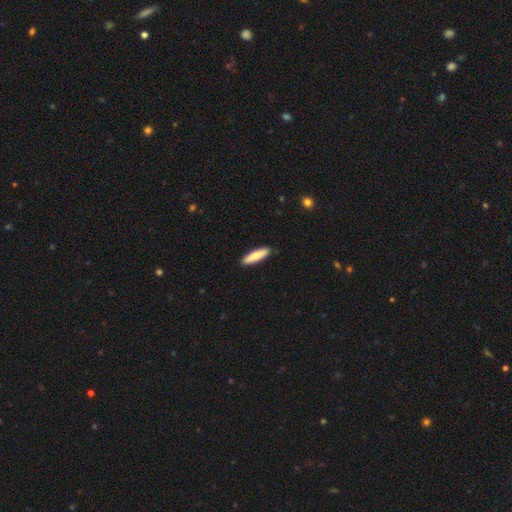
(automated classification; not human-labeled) smooth_or_featured: smooth (p=0.78) [alt: featured or disk p=0.17]
how_rounded: cigar-shaped (p=0.81) [alt: in between p=0.17]
merging: none (p=0.91) [alt: minor disturbance p=0.07]